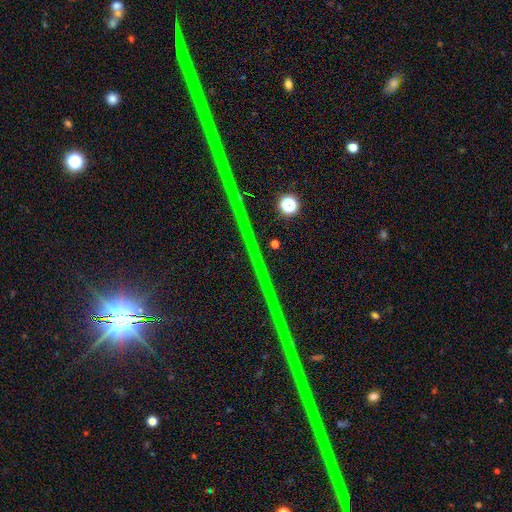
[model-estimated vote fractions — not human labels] star or artifact 87%, featured or disk 7%, smooth 6%.